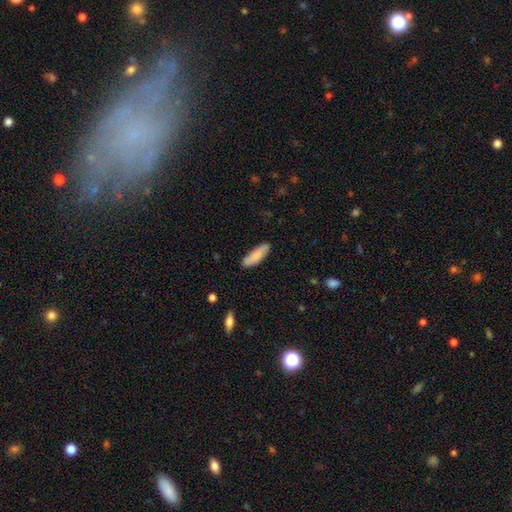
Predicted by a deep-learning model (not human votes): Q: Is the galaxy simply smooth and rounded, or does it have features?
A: smooth — 83%.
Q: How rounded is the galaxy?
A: in between — 51%.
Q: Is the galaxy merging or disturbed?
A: none — 84%.